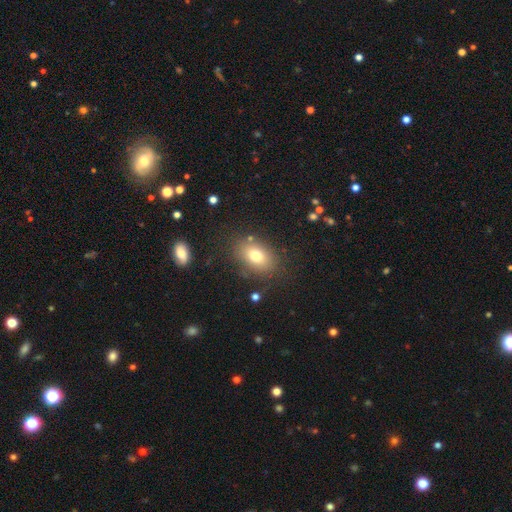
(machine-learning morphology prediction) This appears to be a smooth galaxy with no disk features (74%) that is in between round and cigar-shaped (76%). Merging: none (80%).